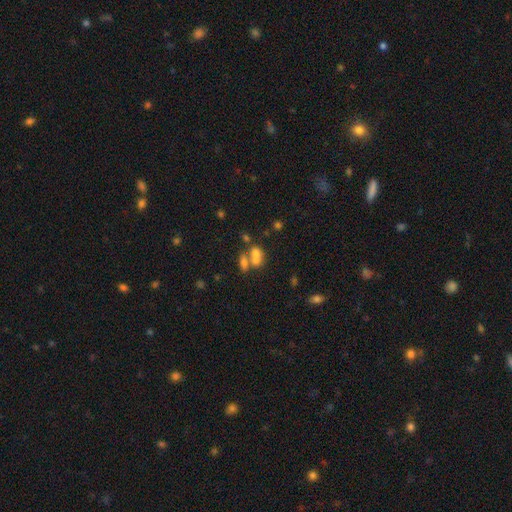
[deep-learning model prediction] Overall: smooth (66%). How rounded: in between (75%). Merging: merger (60%; none 26%).